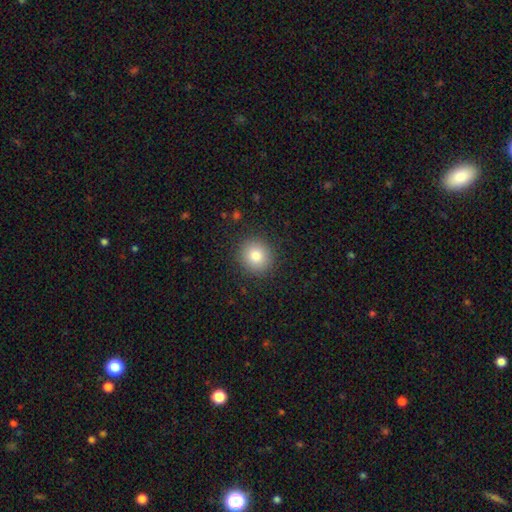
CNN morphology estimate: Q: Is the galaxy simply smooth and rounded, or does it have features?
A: smooth — 84%.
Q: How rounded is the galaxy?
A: round — 86%.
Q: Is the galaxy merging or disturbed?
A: none — 90%.